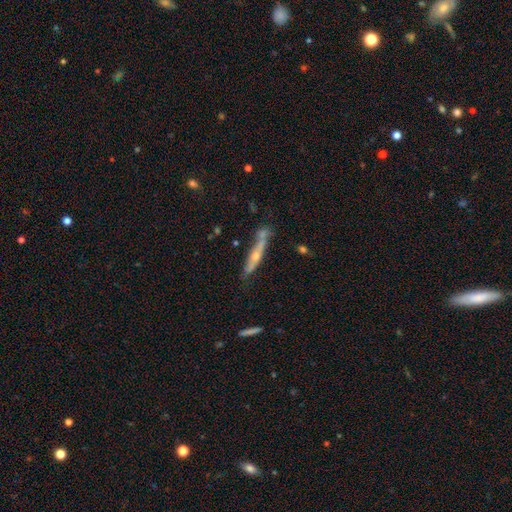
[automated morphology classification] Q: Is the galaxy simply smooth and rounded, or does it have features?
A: featured or disk — 61%.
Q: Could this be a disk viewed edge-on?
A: yes — 87%.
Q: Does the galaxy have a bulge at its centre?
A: rounded — 80%.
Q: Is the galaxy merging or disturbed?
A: none — 60%.